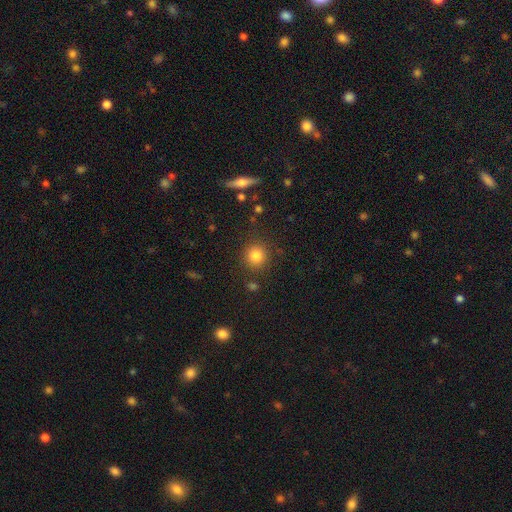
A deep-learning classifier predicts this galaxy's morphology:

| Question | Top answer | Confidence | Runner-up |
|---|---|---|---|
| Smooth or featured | smooth | 83% | star or artifact (12%) |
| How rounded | round | 91% | in between (8%) |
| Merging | none | 86% | minor disturbance (8%) |